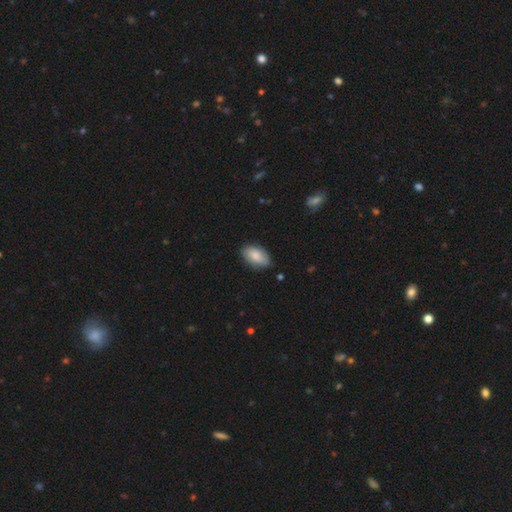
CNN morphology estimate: smooth 81%, featured or disk 13%, star or artifact 6%. Down the decision tree: how rounded — in between (94%); merging — none (79%).